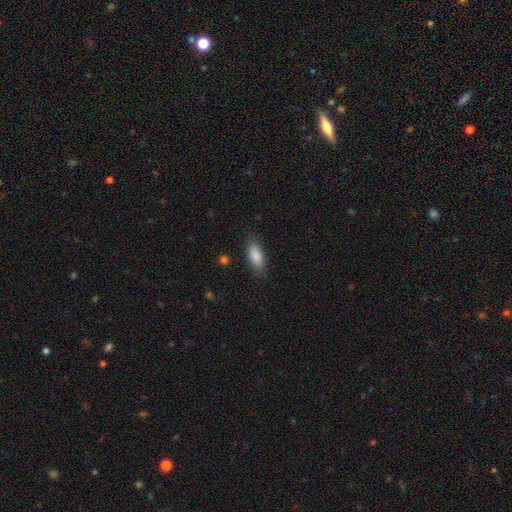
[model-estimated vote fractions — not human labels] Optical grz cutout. It shows a smooth galaxy with no disk features (88%) that is in between round and cigar-shaped (81%). Merging: none (83%).